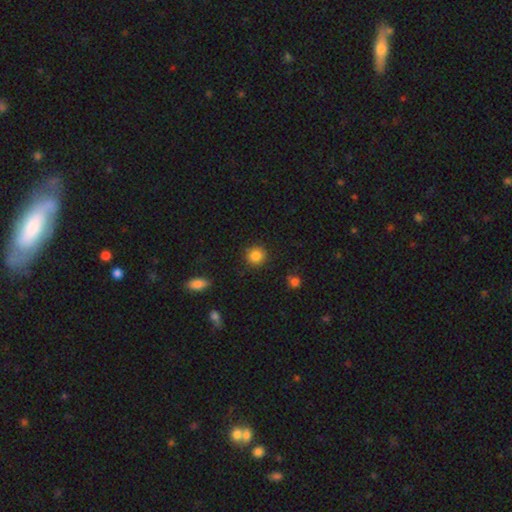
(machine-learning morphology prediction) Smooth or featured: smooth — 86% (star or artifact — 10%)
How rounded: round — 92% (in between — 7%)
Merging: none — 88% (minor disturbance — 8%)